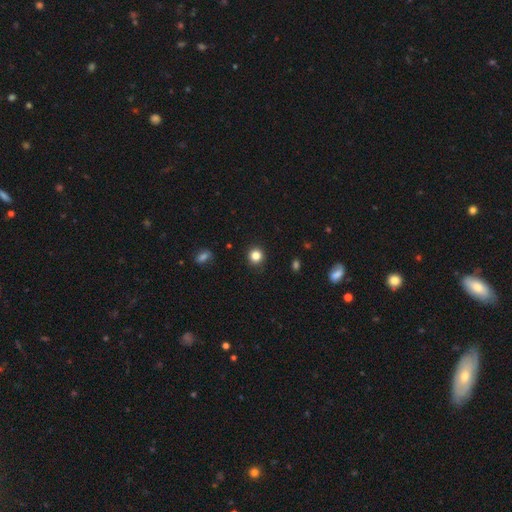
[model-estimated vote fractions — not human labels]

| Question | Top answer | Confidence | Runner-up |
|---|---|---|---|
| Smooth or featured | smooth | 84% | star or artifact (12%) |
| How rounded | round | 91% | in between (8%) |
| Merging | none | 90% | minor disturbance (7%) |